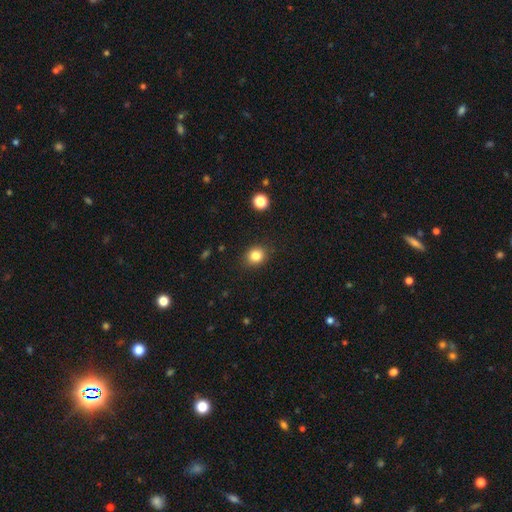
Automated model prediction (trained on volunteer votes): Smooth or featured? smooth (83%)
How rounded? round (71%)
Merging? none (87%)